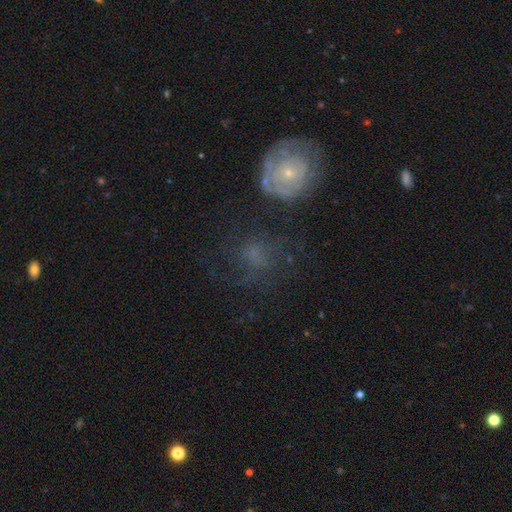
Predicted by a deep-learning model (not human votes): A featured or disk galaxy (43%). Merging: none (55%).